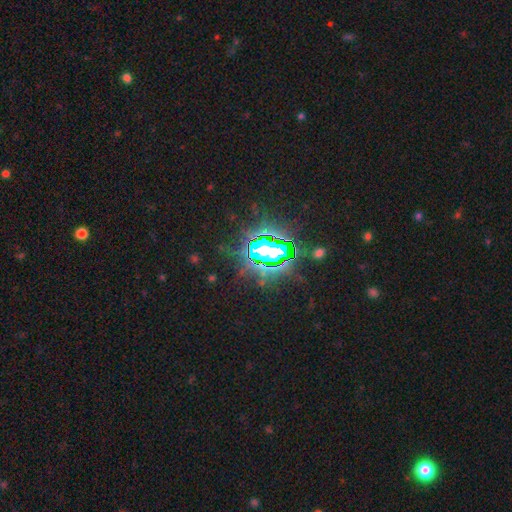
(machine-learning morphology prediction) Smooth or featured: star or artifact — 85% (smooth — 9%)